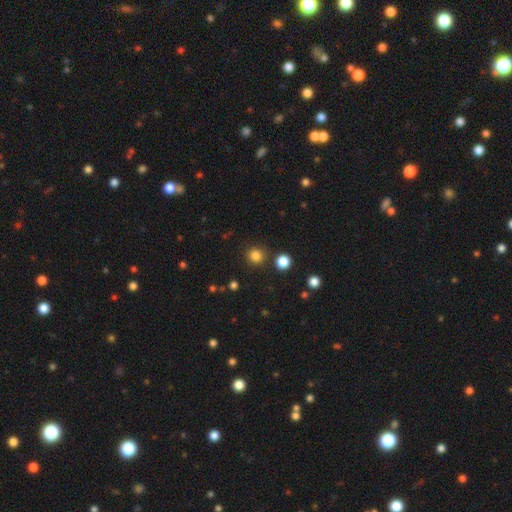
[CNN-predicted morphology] This appears to be a smooth galaxy with no disk features (82%) that is round (92%). Merging: none (86%).